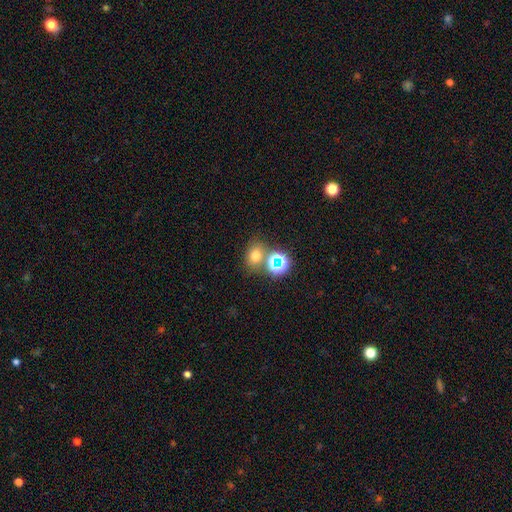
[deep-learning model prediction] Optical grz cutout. It shows a smooth galaxy with no disk features (66%) that is round (55%). Merging: none (65%).